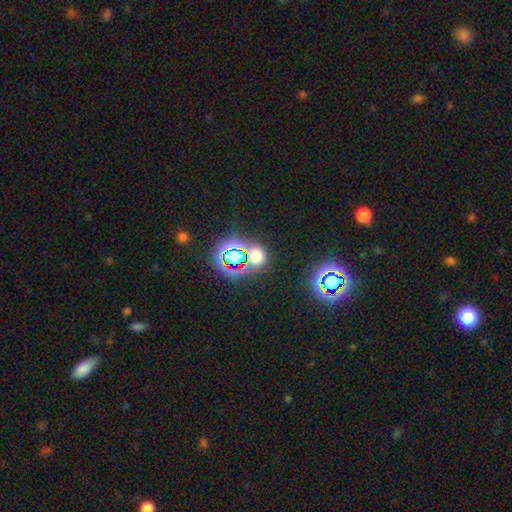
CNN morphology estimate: Smooth or featured: star or artifact — 46% (tied with smooth — 46%)